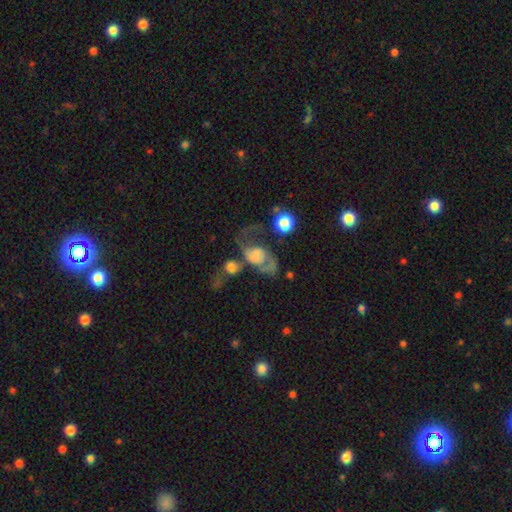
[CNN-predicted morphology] Smooth or featured?
  - featured or disk: 64% *
  - smooth: 25%
  - star or artifact: 11%
Edge-on disk?
  - no: 96% *
  - yes: 4%
Bar?
  - no: 65% *
  - weak: 28%
  - strong: 7%
Spiral arms?
  - yes: 78% *
  - no: 22%
Bulge size?
  - none: 32% *
  - large: 22%
  - moderate: 22%
  - small: 19%
  - dominant: 5%
Merging?
  - major disturbance: 31% *
  - none: 30%
  - merger: 22%
  - minor disturbance: 17%